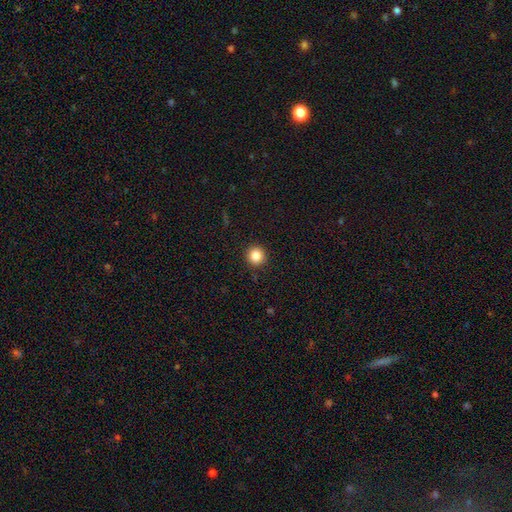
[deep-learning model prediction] Q: Smooth or featured?
A: smooth (85%); runner-up: star or artifact (10%)
Q: How rounded?
A: round (94%); runner-up: in between (5%)
Q: Merging?
A: none (92%); runner-up: minor disturbance (5%)